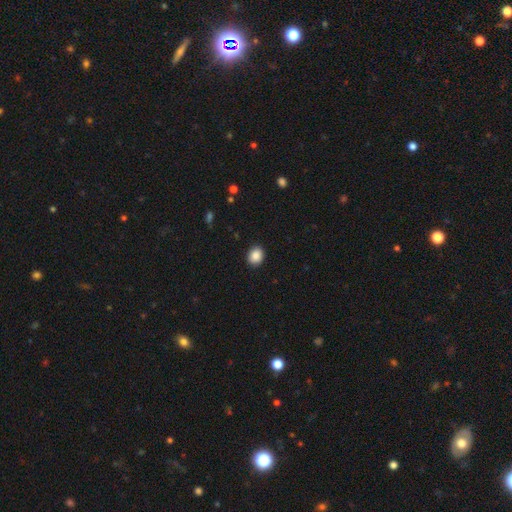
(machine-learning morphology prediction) Smooth or featured: smooth — 88% (star or artifact — 8%)
How rounded: round — 61% (in between — 38%)
Merging: none — 91% (minor disturbance — 6%)